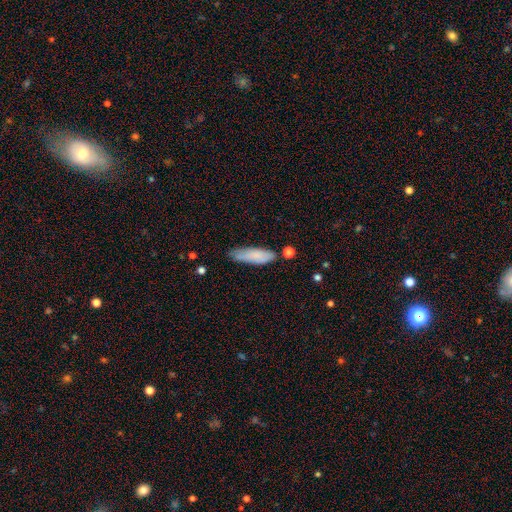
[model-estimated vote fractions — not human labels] Smooth or featured? Predicted: smooth (p=0.80). How rounded? Predicted: cigar-shaped (p=0.51). Merging? Predicted: none (p=0.63).